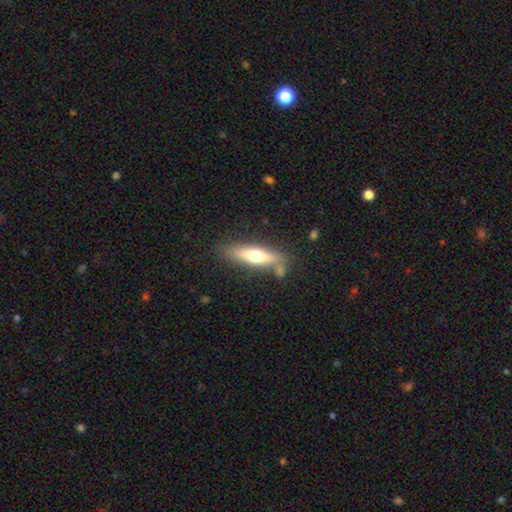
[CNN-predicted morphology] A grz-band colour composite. It shows a smooth galaxy with no disk features (54%) that is cigar-shaped (65%). Merging: none (70%).